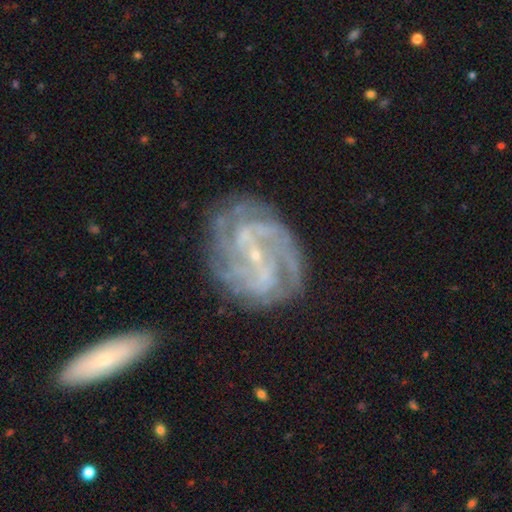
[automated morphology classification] smooth_or_featured: featured or disk (p=0.86) [alt: smooth p=0.07]
disk_edge_on: no (p=0.97) [alt: yes p=0.03]
bar: weak (p=0.42) [alt: no p=0.35]
has_spiral_arms: yes (p=0.94) [alt: no p=0.06]
spiral_winding: tight (p=0.54) [alt: medium p=0.36]
spiral_arm_count: can't tell (p=0.25) [alt: 2 p=0.20]
bulge_size: small (p=0.82) [alt: moderate p=0.10]
merging: none (p=0.72) [alt: minor disturbance p=0.17]